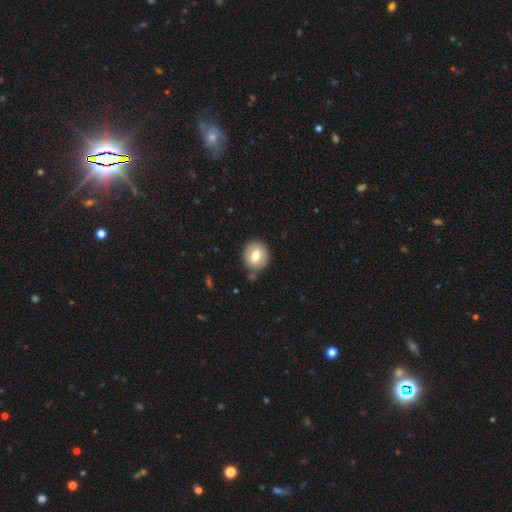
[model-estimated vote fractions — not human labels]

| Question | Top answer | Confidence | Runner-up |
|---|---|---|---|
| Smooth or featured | smooth | 66% | featured or disk (26%) |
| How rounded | round | 69% | in between (30%) |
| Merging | none | 76% | minor disturbance (15%) |